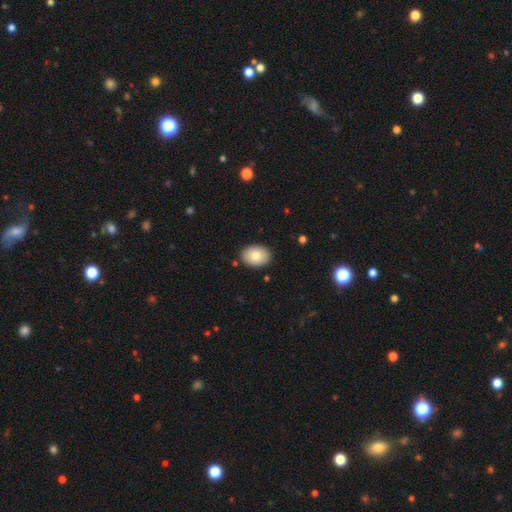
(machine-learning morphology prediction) A smooth galaxy with no disk features (80%) that is in between round and cigar-shaped (77%). Merging: none (89%).